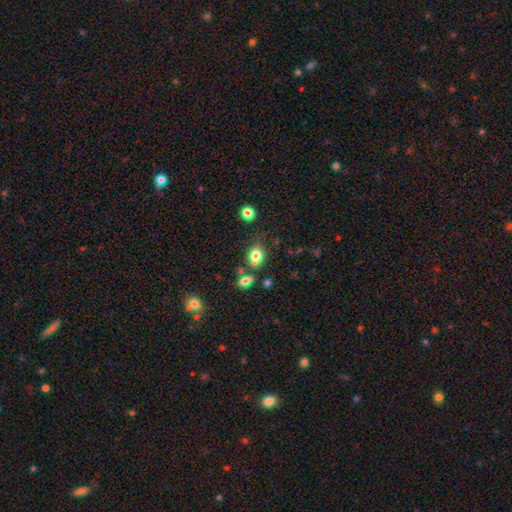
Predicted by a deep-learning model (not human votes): Smooth or featured? Predicted: smooth (p=0.79). How rounded? Predicted: in between (p=0.64). Merging? Predicted: none (p=0.58).